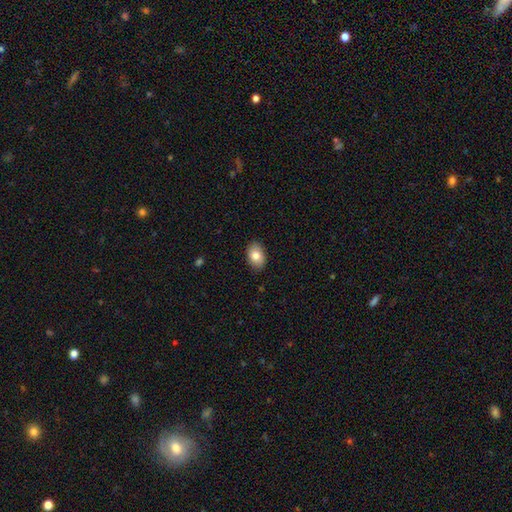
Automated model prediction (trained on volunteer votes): Smooth or featured? smooth (81%)
How rounded? in between (86%)
Merging? none (87%)